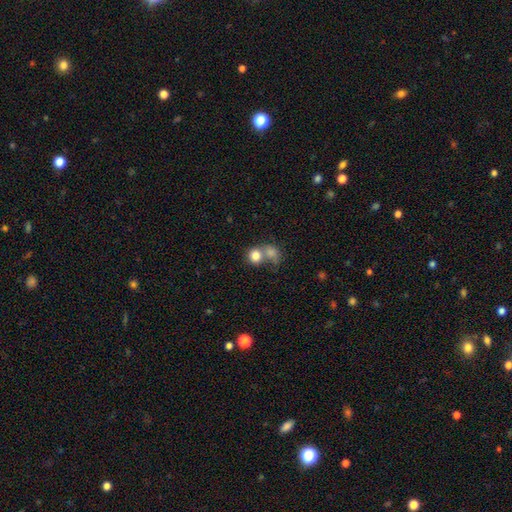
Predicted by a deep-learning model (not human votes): Smooth or featured?
  - smooth: 80% *
  - featured or disk: 10%
  - star or artifact: 10%
How rounded?
  - round: 77% *
  - in between: 22%
  - cigar-shaped: 1%
Merging?
  - merger: 54% *
  - none: 34%
  - minor disturbance: 8%
  - major disturbance: 5%